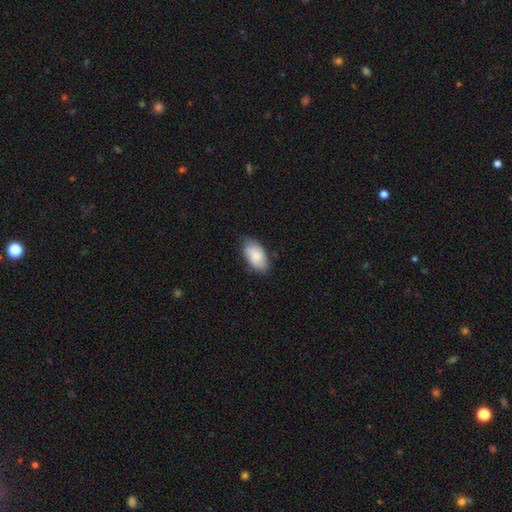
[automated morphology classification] Overall: smooth (80%). How rounded: in between (94%). Merging: none (73%).